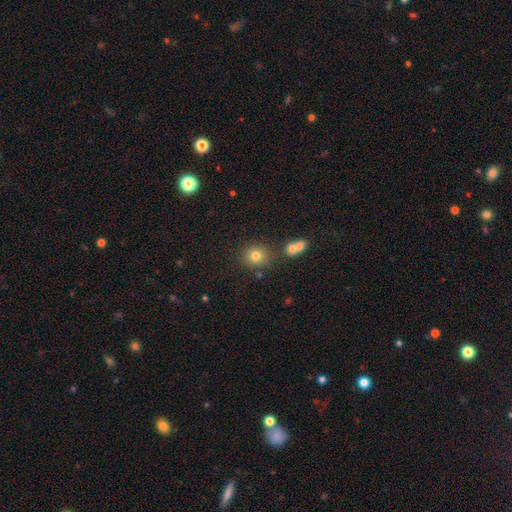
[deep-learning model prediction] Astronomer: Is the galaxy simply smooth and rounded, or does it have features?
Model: smooth — 77%.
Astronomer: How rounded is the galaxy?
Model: round — 83%.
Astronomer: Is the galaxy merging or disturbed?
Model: none — 75%.